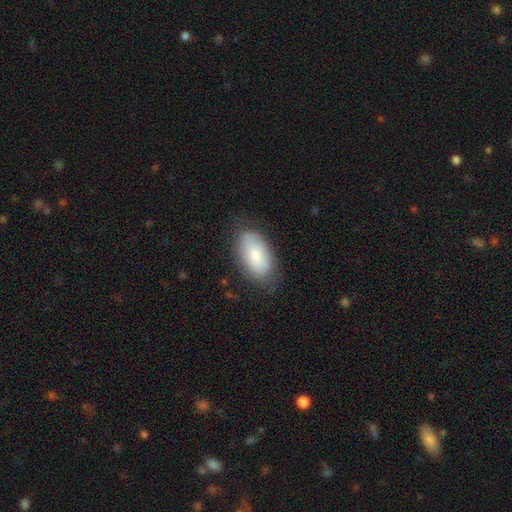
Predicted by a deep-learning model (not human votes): Smooth or featured?
  - smooth: 80% *
  - featured or disk: 14%
  - star or artifact: 6%
How rounded?
  - in between: 95% *
  - round: 3%
  - cigar-shaped: 2%
Merging?
  - none: 75% *
  - minor disturbance: 19%
  - major disturbance: 5%
  - merger: 1%